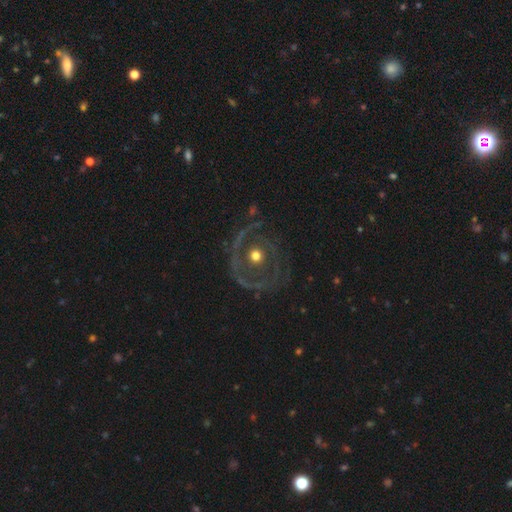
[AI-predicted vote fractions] smooth_or_featured: featured or disk (p=0.71) [alt: smooth p=0.21]
disk_edge_on: no (p=0.96) [alt: yes p=0.04]
bar: no (p=0.87) [alt: weak p=0.09]
has_spiral_arms: yes (p=0.51) [alt: no p=0.49]
bulge_size: moderate (p=0.74) [alt: small p=0.16]
merging: none (p=0.67) [alt: minor disturbance p=0.16]